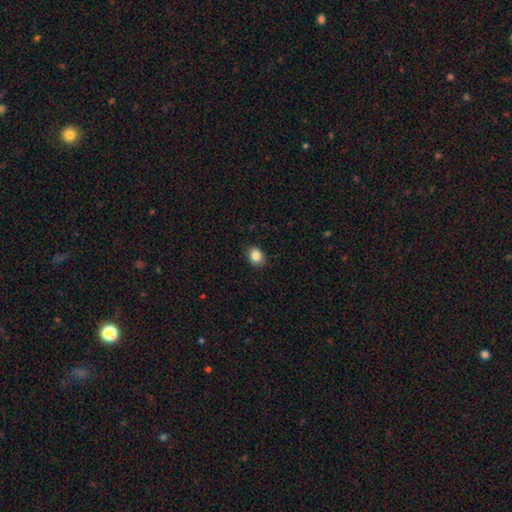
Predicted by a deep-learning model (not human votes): Smooth or featured?
  - smooth: 85% *
  - star or artifact: 9%
  - featured or disk: 6%
How rounded?
  - in between: 56% *
  - round: 43%
  - cigar-shaped: 1%
Merging?
  - none: 87% *
  - minor disturbance: 10%
  - major disturbance: 2%
  - merger: 1%